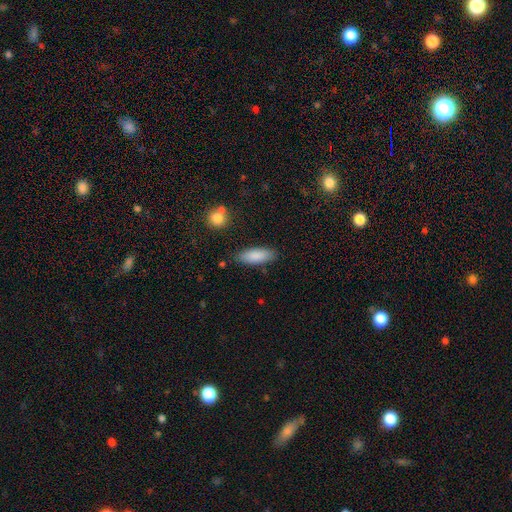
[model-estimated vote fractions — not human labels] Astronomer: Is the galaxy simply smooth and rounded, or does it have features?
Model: smooth — 87%.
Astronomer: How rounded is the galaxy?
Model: in between — 72%.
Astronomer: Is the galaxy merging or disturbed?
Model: none — 84%.